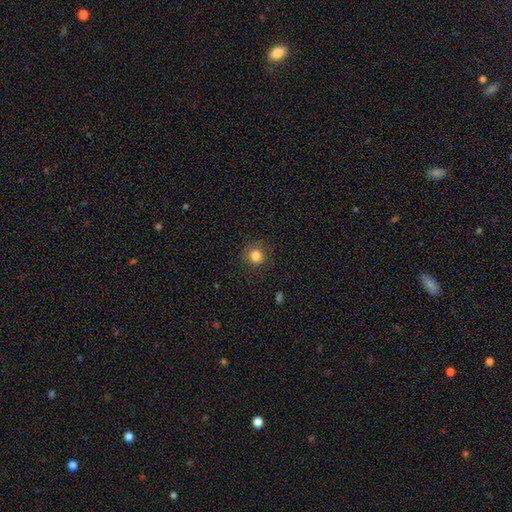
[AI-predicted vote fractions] A smooth galaxy with no disk features (82%) that is round (91%). Merging: none (85%).